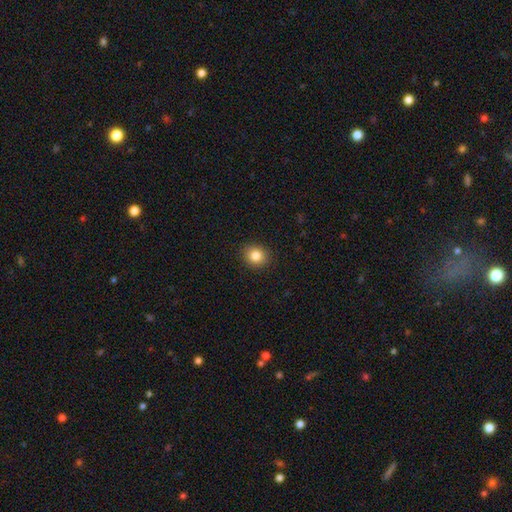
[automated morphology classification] Overall: smooth (84%). How rounded: round (72%). Merging: none (91%).